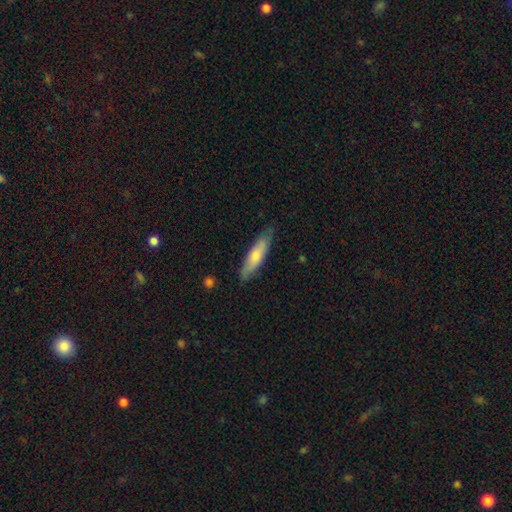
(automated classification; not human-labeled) A smooth galaxy with no disk features (63%) that is cigar-shaped (70%).

Vote fractions:
- Smooth or featured? smooth: 63% / featured or disk: 32% / star or artifact: 5%
- How rounded? cigar-shaped: 70% / in between: 28% / round: 2%
- Merging? none: 81% / minor disturbance: 15% / major disturbance: 3% / merger: 1%